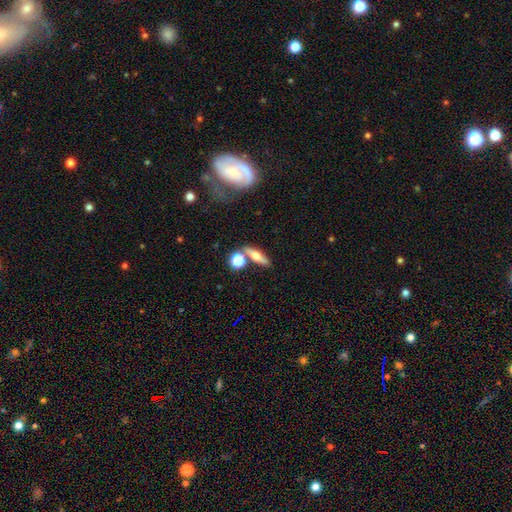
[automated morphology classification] Smooth or featured? Predicted: smooth (p=0.53). How rounded? Predicted: cigar-shaped (p=0.51). Merging? Predicted: none (p=0.69).